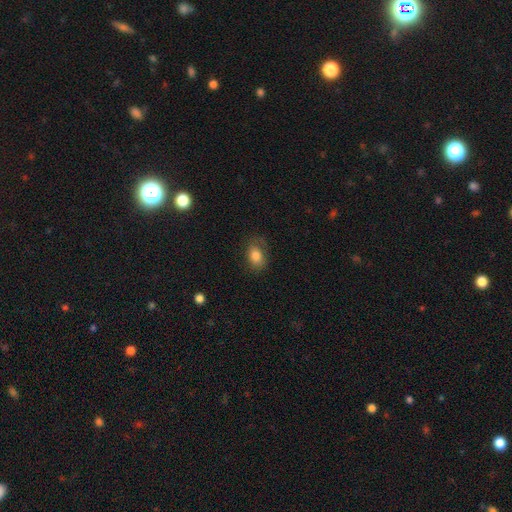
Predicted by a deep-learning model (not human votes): Smooth or featured? smooth (81%)
How rounded? in between (77%)
Merging? none (73%)